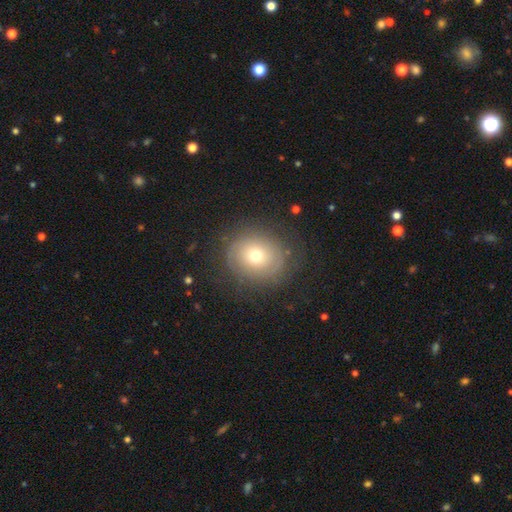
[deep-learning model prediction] Smooth or featured: smooth — 57% (featured or disk — 32%)
How rounded: round — 76% (in between — 23%)
Merging: none — 76% (minor disturbance — 15%)